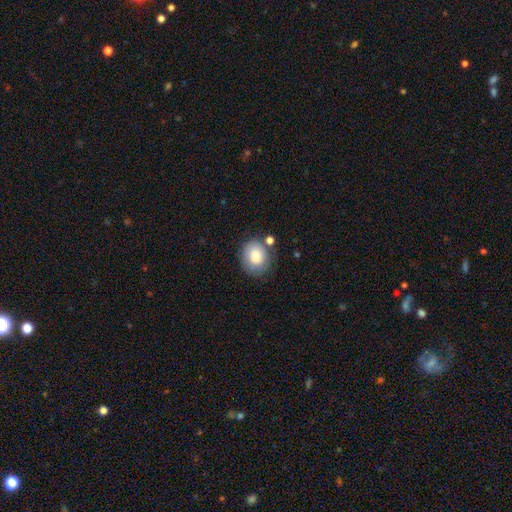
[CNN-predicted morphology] Smooth or featured? smooth (77%)
How rounded? round (66%)
Merging? none (70%)